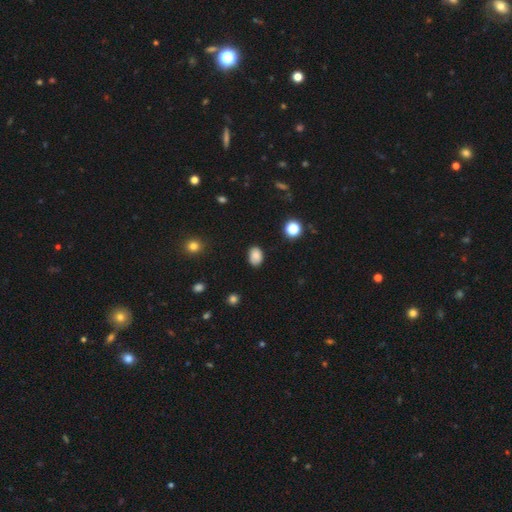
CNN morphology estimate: Q: Smooth or featured?
A: smooth (85%); runner-up: star or artifact (10%)
Q: How rounded?
A: in between (79%); runner-up: round (20%)
Q: Merging?
A: none (82%); runner-up: minor disturbance (14%)